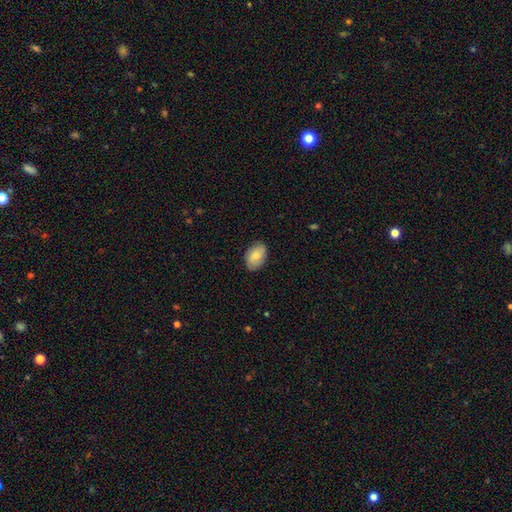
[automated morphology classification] Smooth or featured? Predicted: smooth (p=0.75). How rounded? Predicted: in between (p=0.88). Merging? Predicted: none (p=0.83).